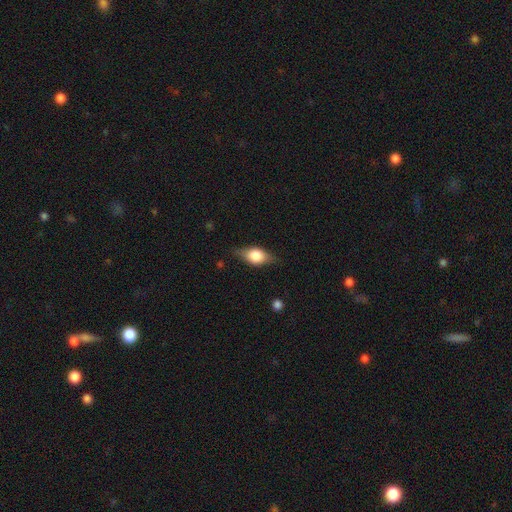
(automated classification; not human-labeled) Smooth or featured: smooth — 55% (featured or disk — 38%)
How rounded: in between — 75% (round — 14%)
Merging: none — 74% (minor disturbance — 19%)